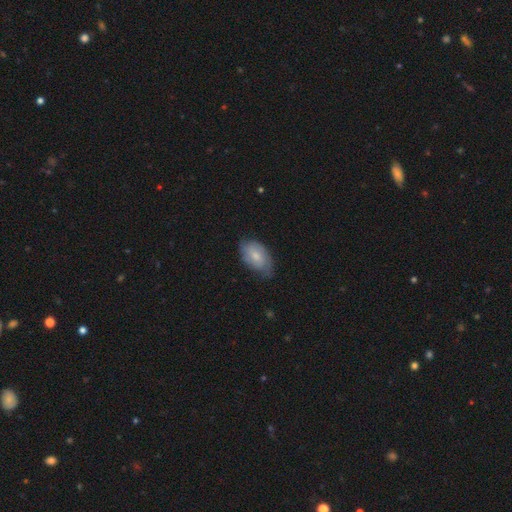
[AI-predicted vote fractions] Smooth or featured?
  - smooth: 62% *
  - featured or disk: 32%
  - star or artifact: 6%
How rounded?
  - in between: 91% *
  - round: 8%
  - cigar-shaped: 2%
Merging?
  - none: 56% *
  - minor disturbance: 35%
  - major disturbance: 8%
  - merger: 1%